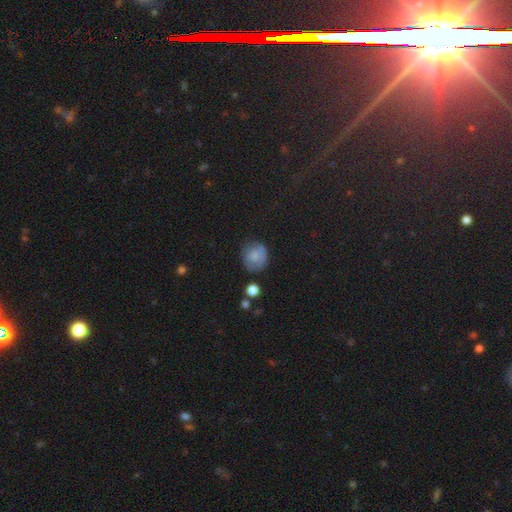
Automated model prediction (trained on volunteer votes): Overall: smooth (76%). How rounded: round (83%). Merging: none (65%).